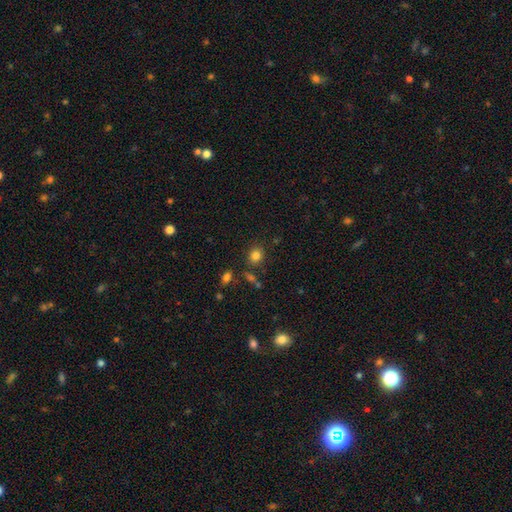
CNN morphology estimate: Q: Smooth or featured?
A: smooth (82%); runner-up: star or artifact (12%)
Q: How rounded?
A: round (65%); runner-up: in between (34%)
Q: Merging?
A: none (80%); runner-up: minor disturbance (11%)